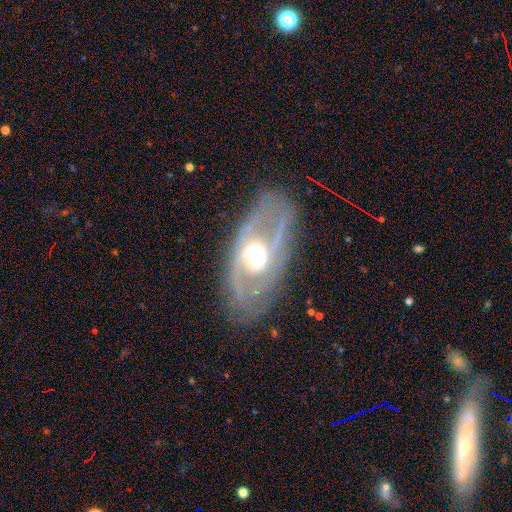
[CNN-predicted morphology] This is clearly a featured or disk galaxy (82%). It is clearly not viewed edge-on (90%). Bar: possibly no (54%). Spiral arm pattern: likely yes (77%). Spiral arm count: likely 2 (68%). Spiral winding: marginally medium (40%). Central bulge: likely moderate (60%). Merging: likely none (76%).